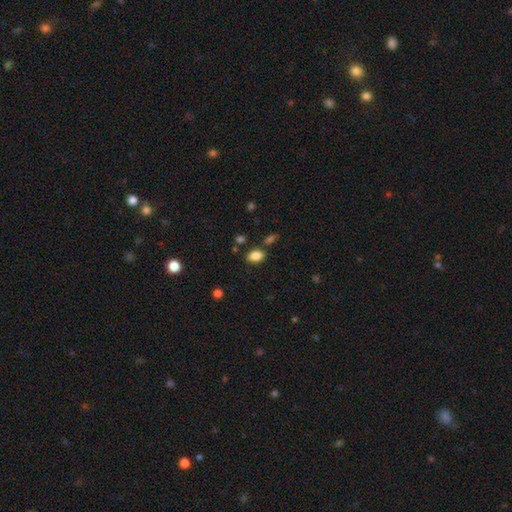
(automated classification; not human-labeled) This appears to be a smooth galaxy with no disk features (85%) that is in between round and cigar-shaped (83%). Merging: none (79%).